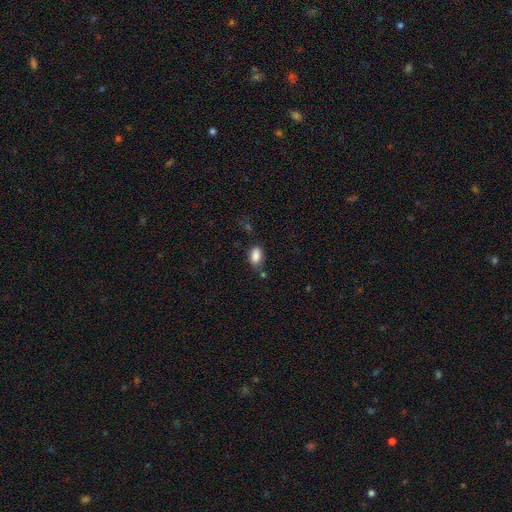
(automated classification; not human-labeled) This appears to be a smooth galaxy with no disk features (87%) that is in between round and cigar-shaped (88%). Merging: none (68%).